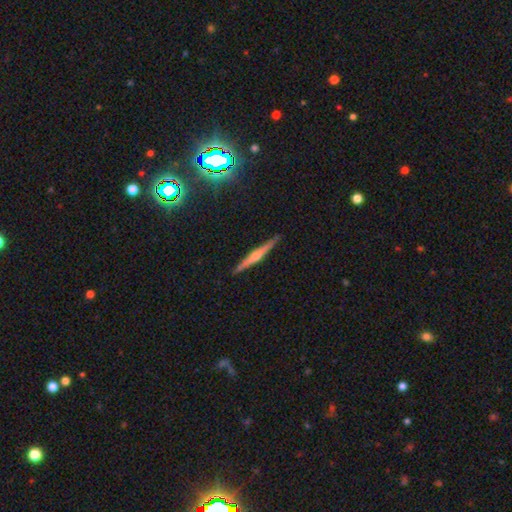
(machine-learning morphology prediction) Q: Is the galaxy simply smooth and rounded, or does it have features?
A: featured or disk — 66%.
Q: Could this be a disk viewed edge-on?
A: yes — 98%.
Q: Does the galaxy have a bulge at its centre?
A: rounded — 64%.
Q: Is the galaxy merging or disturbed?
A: none — 91%.